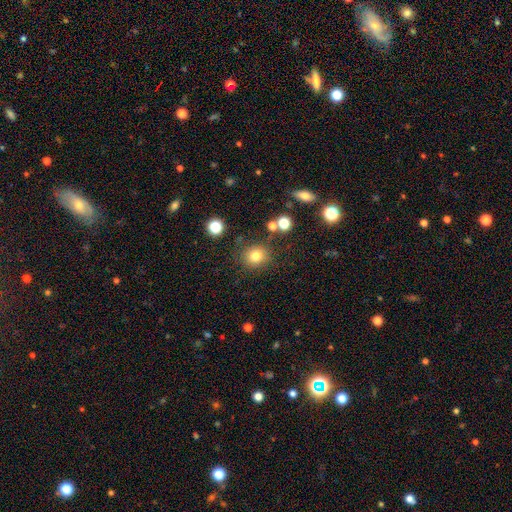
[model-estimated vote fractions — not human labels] A smooth galaxy with no disk features (78%) that is round (86%).

Vote fractions:
- Smooth or featured? smooth: 78% / star or artifact: 14% / featured or disk: 7%
- How rounded? round: 86% / in between: 13% / cigar-shaped: 1%
- Merging? none: 82% / minor disturbance: 10% / merger: 4% / major disturbance: 4%